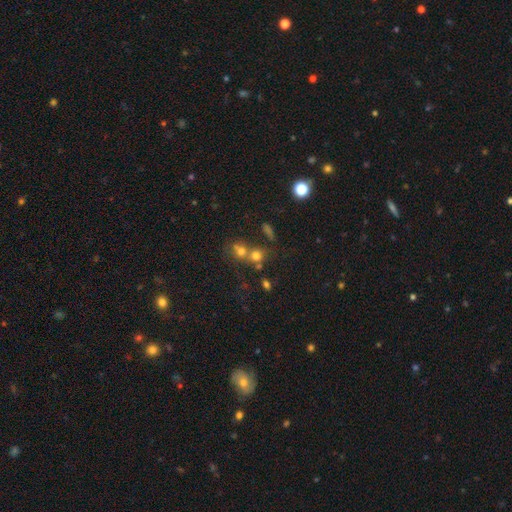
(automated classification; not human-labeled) smooth 66%, star or artifact 19%, featured or disk 15%. Down the decision tree: how rounded — round (74%); merging — merger (49%).